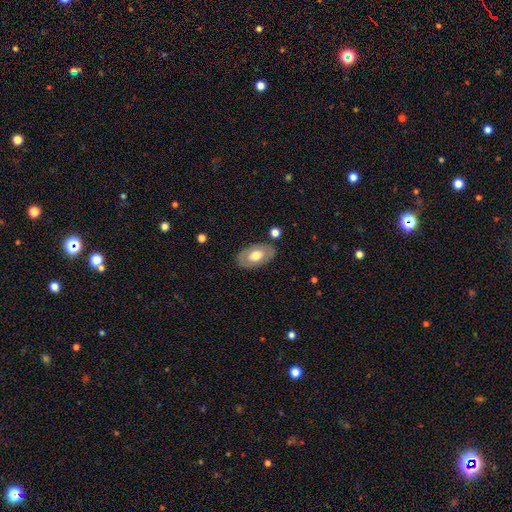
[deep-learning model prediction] The model was most divided on "smooth or featured": smooth: 57%, featured or disk: 37%, star or artifact: 6%. More confident: how rounded — in between (91%); merging — none (80%).